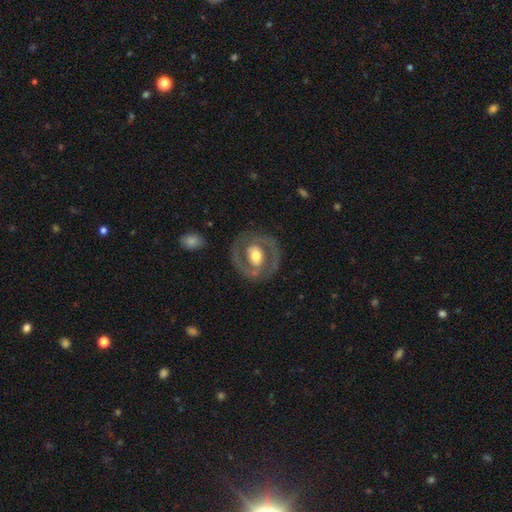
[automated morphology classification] Smooth or featured? featured or disk (71%)
Edge-on disk? no (96%)
Bar? no (45%)
Spiral arms? yes (53%)
Bulge size? moderate (63%)
Merging? none (80%)